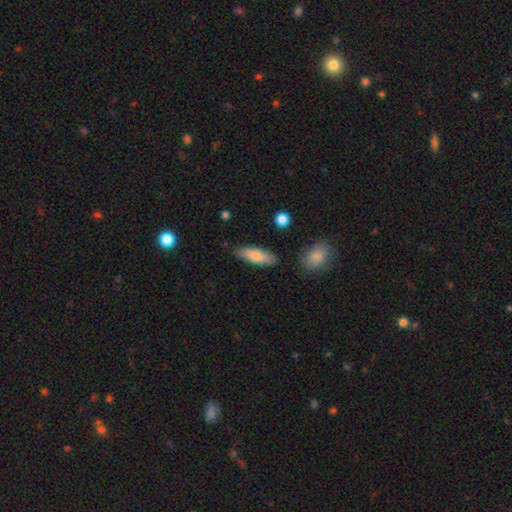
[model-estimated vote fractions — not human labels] Smooth or featured: smooth — 79% (featured or disk — 15%)
How rounded: in between — 58% (cigar-shaped — 40%)
Merging: none — 83% (minor disturbance — 12%)